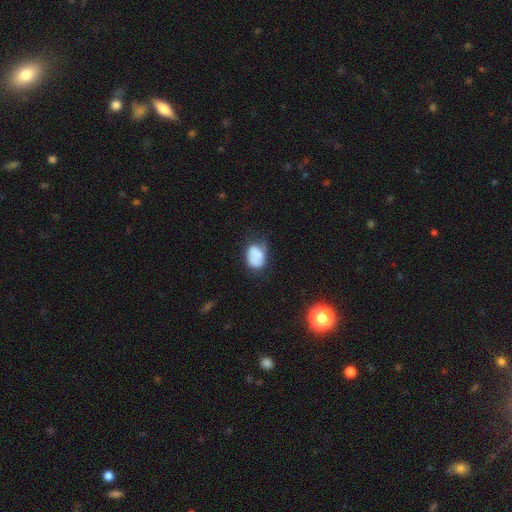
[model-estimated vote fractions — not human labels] smooth 69%, featured or disk 22%, star or artifact 9%. Down the decision tree: how rounded — in between (69%); merging — none (44%).